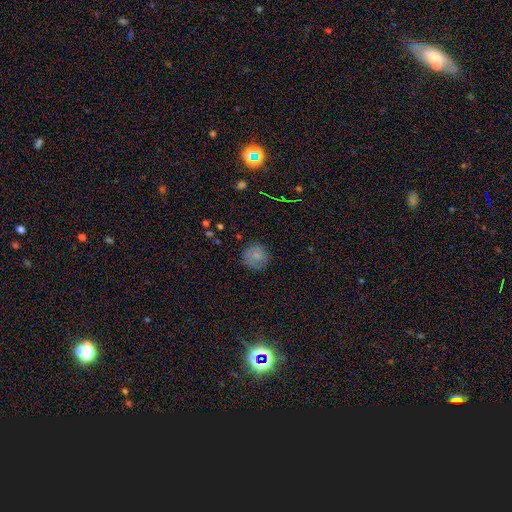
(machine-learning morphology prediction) The model was most divided on "merging": none: 80%, minor disturbance: 14%, major disturbance: 4%, merger: 1%. More confident: how rounded — round (90%); smooth or featured — smooth (78%).